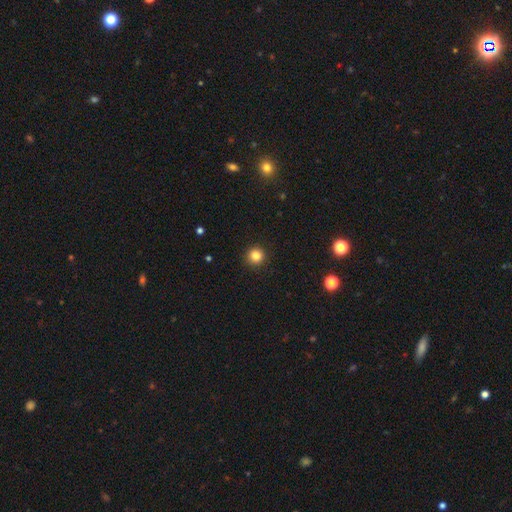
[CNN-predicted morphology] A smooth galaxy with no disk features (84%) that is round (95%).

Vote fractions:
- Smooth or featured? smooth: 84% / star or artifact: 12% / featured or disk: 4%
- How rounded? round: 95% / in between: 4% / cigar-shaped: 1%
- Merging? none: 93% / minor disturbance: 5% / major disturbance: 2% / merger: 1%